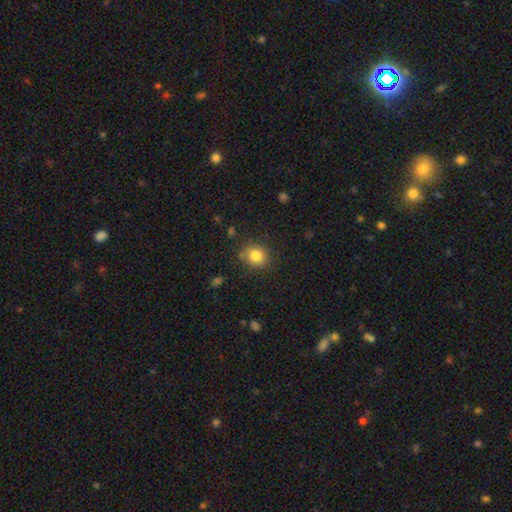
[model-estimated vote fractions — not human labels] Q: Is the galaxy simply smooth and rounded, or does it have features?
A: smooth — 83%.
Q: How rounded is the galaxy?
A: round — 80%.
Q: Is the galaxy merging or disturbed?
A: none — 83%.